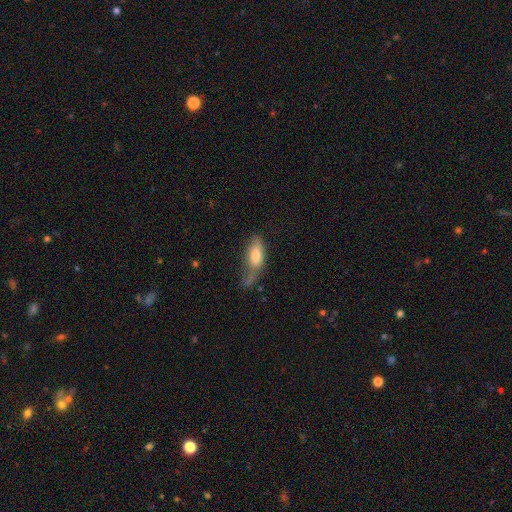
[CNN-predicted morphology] This is likely a smooth galaxy (73%). How rounded: clearly in between (82%). Merging: marginally none (36%).